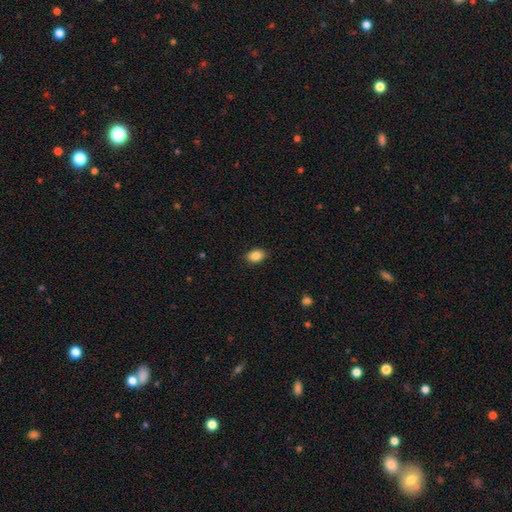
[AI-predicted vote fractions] This is clearly a smooth galaxy (87%). How rounded: clearly in between (82%). Merging: clearly none (86%).